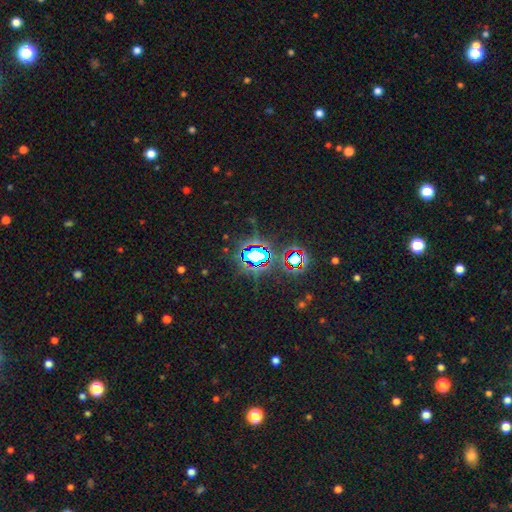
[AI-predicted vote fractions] Morphology: type=star or artifact (77%).